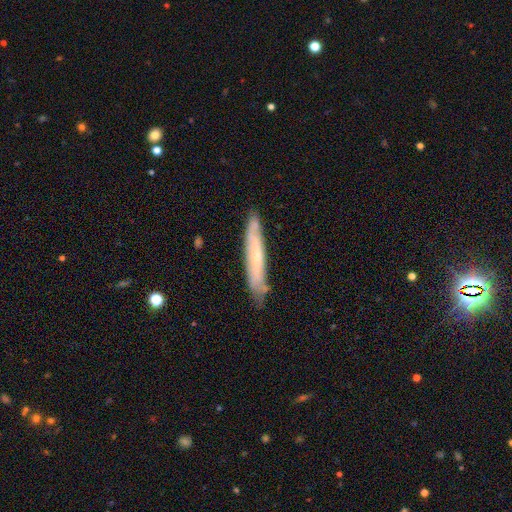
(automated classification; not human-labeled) smooth_or_featured: featured or disk (p=0.52) [alt: smooth p=0.41]
disk_edge_on: yes (p=0.66) [alt: no p=0.34]
merging: none (p=0.77) [alt: minor disturbance p=0.18]